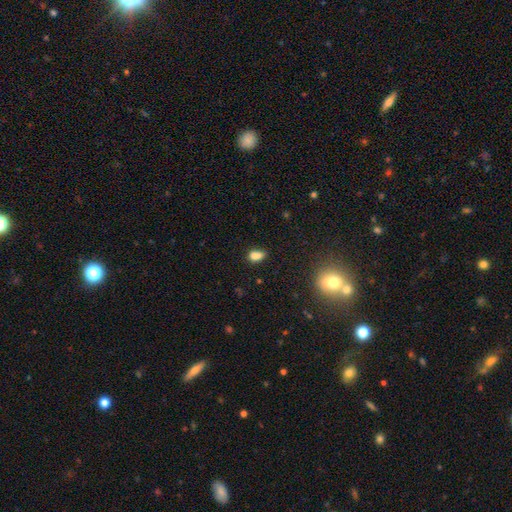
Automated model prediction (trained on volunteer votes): Morphology: type=smooth (79%); roundness=in between (78%); merging=none (51%).